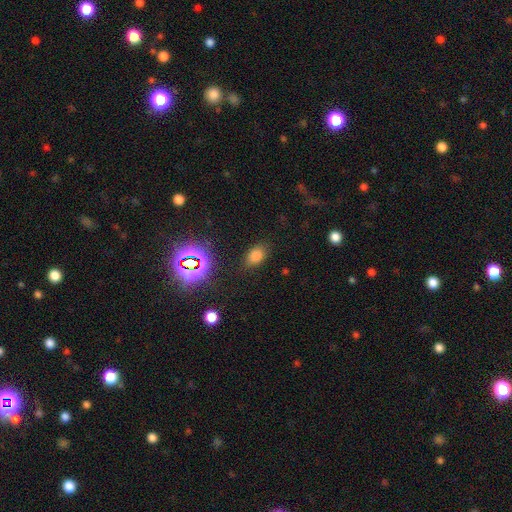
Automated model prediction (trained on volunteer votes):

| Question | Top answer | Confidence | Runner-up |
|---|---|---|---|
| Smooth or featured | smooth | 73% | star or artifact (20%) |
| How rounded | in between | 81% | round (17%) |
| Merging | none | 81% | minor disturbance (13%) |